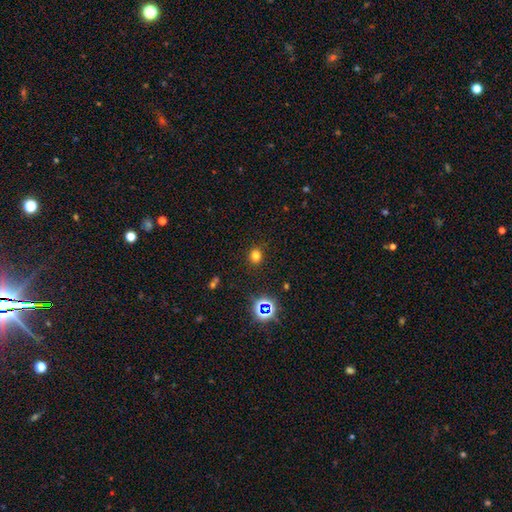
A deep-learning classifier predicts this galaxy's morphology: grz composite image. It shows a smooth galaxy with no disk features (74%) that is round (77%). Merging: none (89%).